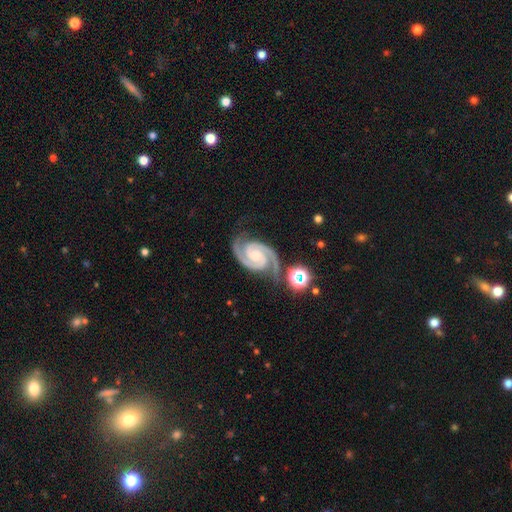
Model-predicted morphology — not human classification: Smooth or featured? Predicted: featured or disk (p=0.93). Edge-on disk? Predicted: no (p=0.98). Bar? Predicted: no (p=0.59). Spiral arms? Predicted: yes (p=0.99). Spiral winding? Predicted: tight (p=0.58). Spiral arm count? Predicted: 2 (p=0.93). Bulge size? Predicted: small (p=0.46). Merging? Predicted: none (p=0.75).